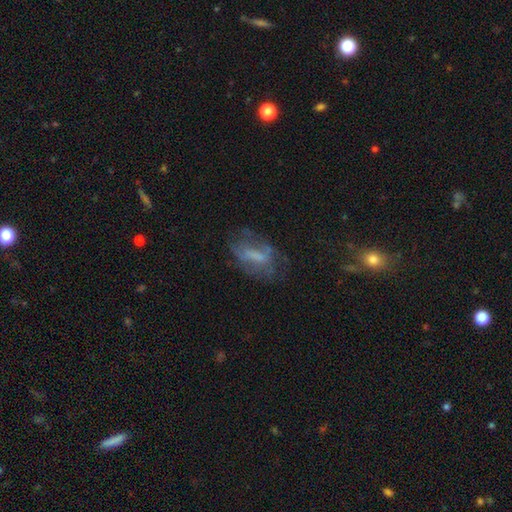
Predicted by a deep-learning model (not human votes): Smooth or featured? featured or disk (49%)
Merging? none (49%)